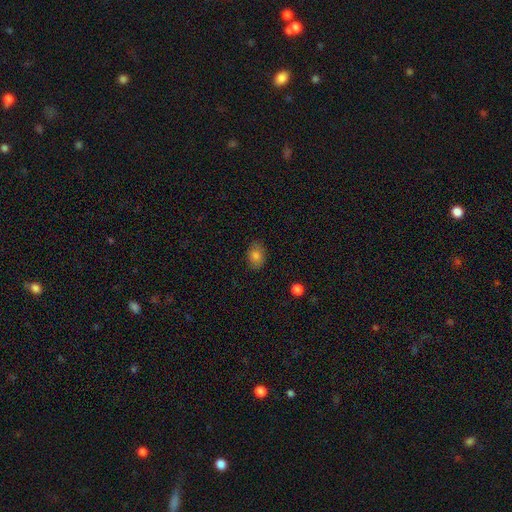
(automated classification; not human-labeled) A smooth galaxy with no disk features (82%) that is in between round and cigar-shaped (73%).

Vote fractions:
- Smooth or featured? smooth: 82% / star or artifact: 10% / featured or disk: 8%
- How rounded? in between: 73% / round: 26% / cigar-shaped: 1%
- Merging? none: 81% / minor disturbance: 14% / major disturbance: 3% / merger: 1%